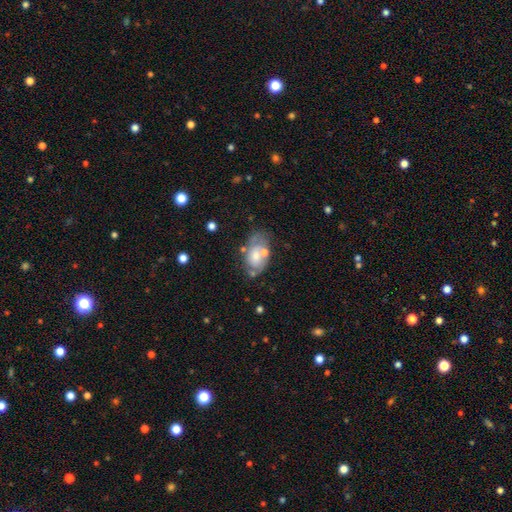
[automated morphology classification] This is possibly a featured or disk galaxy (49%). Merging: possibly none (46%).